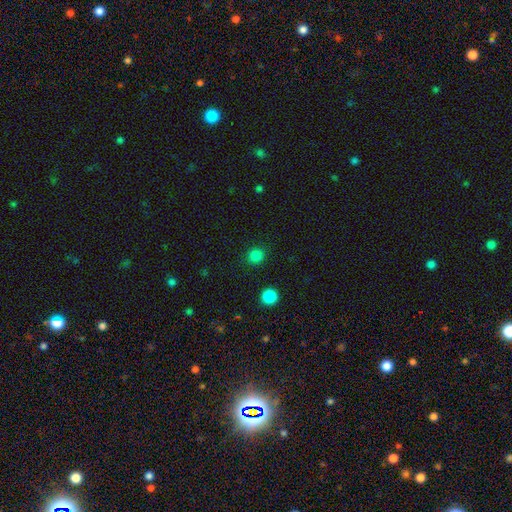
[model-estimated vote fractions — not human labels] Smooth or featured? Predicted: smooth (p=0.83). How rounded? Predicted: round (p=0.91). Merging? Predicted: none (p=0.90).